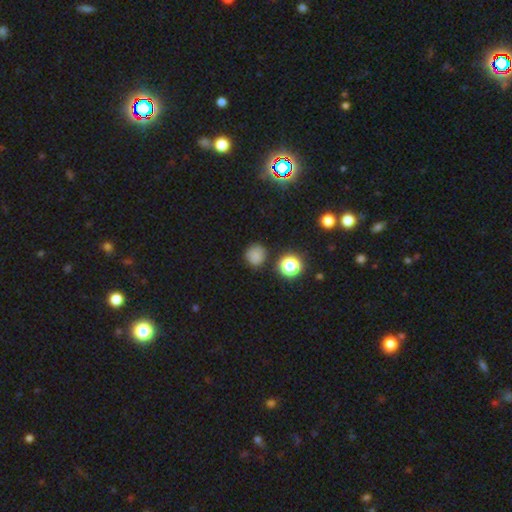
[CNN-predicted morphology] Smooth or featured: smooth — 74% (star or artifact — 18%)
How rounded: round — 89% (in between — 10%)
Merging: none — 79% (minor disturbance — 14%)